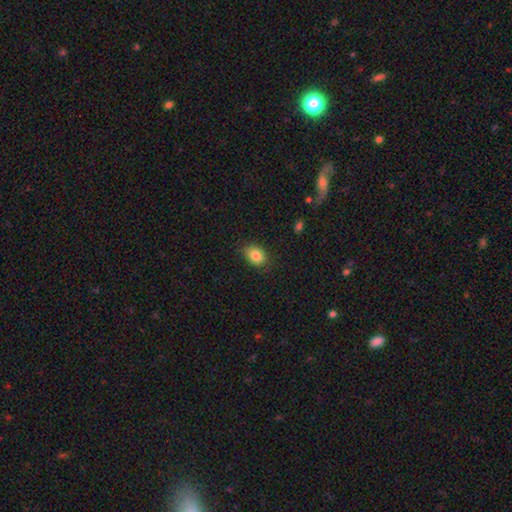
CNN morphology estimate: A smooth galaxy with no disk features (84%) that is in between round and cigar-shaped (68%). Merging: none (81%).